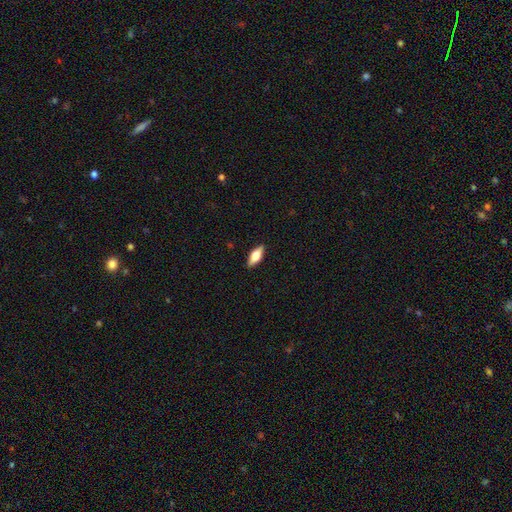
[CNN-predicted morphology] This is likely a smooth galaxy (63%). How rounded: likely in between (73%). Merging: clearly none (89%).